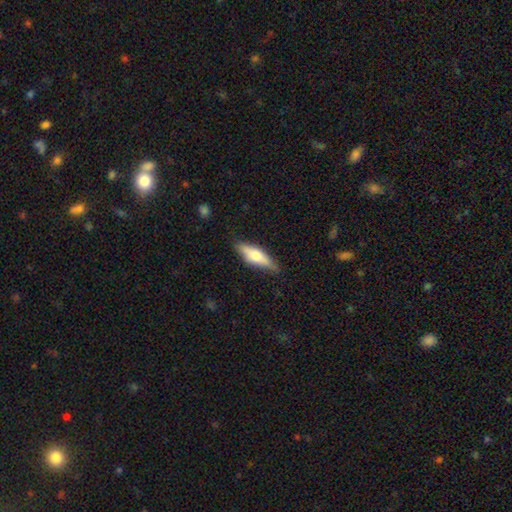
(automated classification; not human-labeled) smooth-or-featured: smooth: 54% | featured or disk: 40% | star or artifact: 6%
  how-rounded: cigar-shaped: 51% | in between: 46% | round: 2%
  merging: none: 82% | minor disturbance: 14% | major disturbance: 3% | merger: 1%